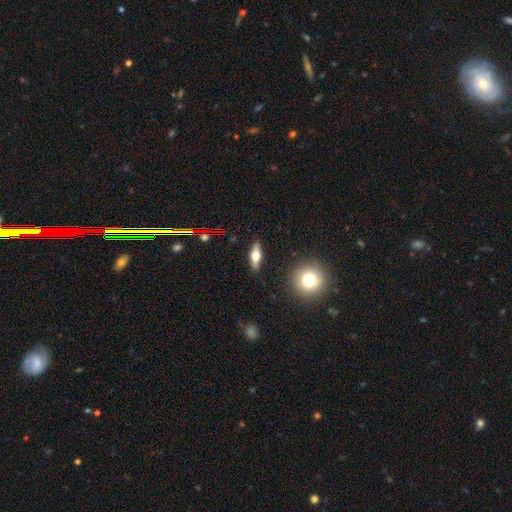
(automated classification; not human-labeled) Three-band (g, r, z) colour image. It shows a featured or disk galaxy (46%). Merging: none (89%).